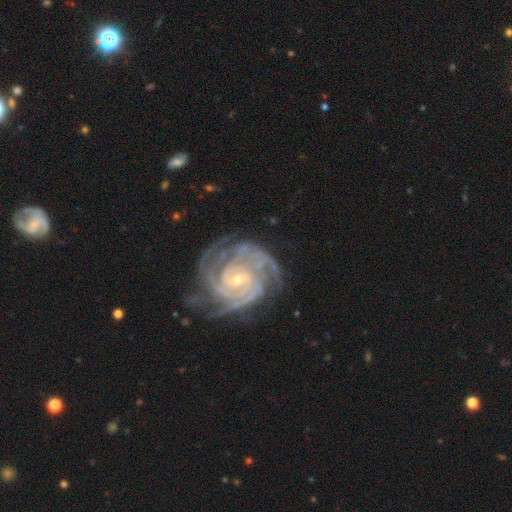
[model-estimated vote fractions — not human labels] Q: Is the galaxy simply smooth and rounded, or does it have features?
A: featured or disk — 91%.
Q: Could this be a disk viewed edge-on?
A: no — 98%.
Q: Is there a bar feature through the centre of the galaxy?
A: no — 59%.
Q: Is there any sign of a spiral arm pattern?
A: yes — 98%.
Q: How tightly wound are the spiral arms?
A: tight — 77%.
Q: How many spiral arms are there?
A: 4 — 29%.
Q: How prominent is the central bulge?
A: small — 72%.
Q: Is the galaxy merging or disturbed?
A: none — 73%.